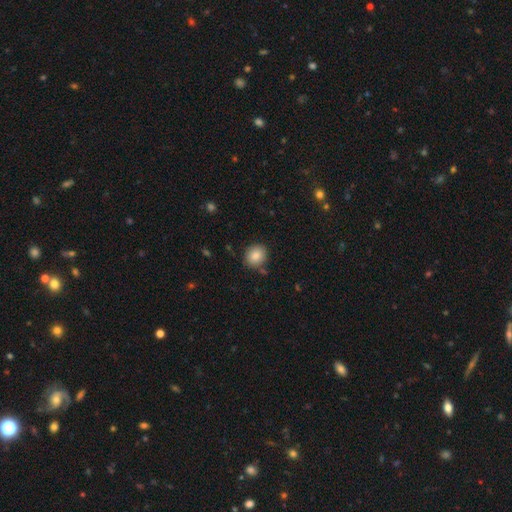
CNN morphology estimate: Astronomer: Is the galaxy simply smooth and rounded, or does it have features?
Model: smooth — 85%.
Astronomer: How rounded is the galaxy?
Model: round — 74%.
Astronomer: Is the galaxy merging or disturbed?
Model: none — 82%.